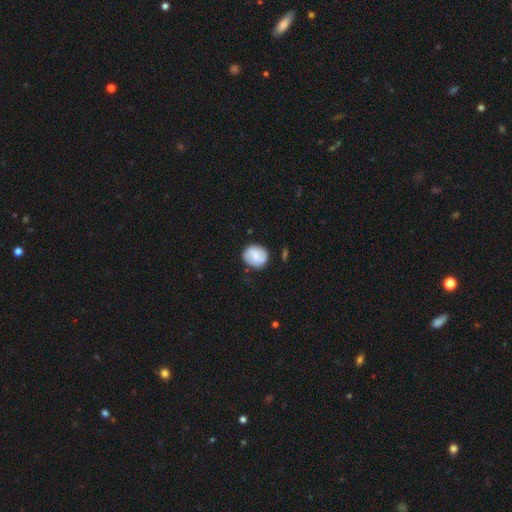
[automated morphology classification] Q: Smooth or featured?
A: smooth (67%); runner-up: featured or disk (26%)
Q: How rounded?
A: round (70%); runner-up: in between (29%)
Q: Merging?
A: none (78%); runner-up: minor disturbance (16%)